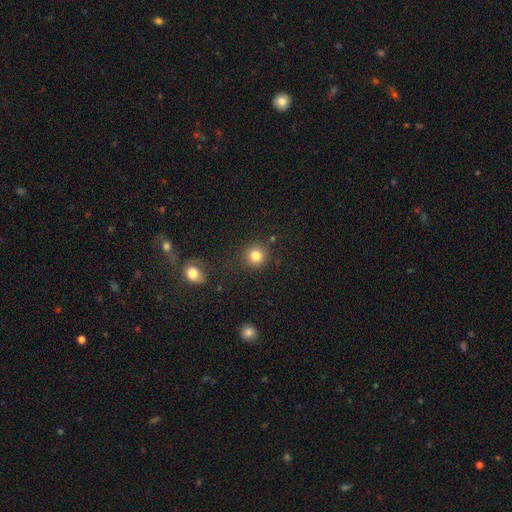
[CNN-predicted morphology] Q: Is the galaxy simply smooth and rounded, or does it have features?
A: smooth — 83%.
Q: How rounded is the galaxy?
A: round — 92%.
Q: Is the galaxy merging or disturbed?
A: none — 83%.